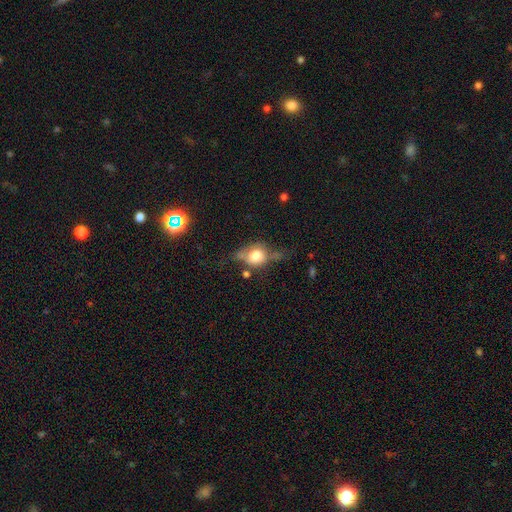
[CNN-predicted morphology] smooth_or_featured: smooth (p=0.55) [alt: featured or disk p=0.35]
how_rounded: round (p=0.52) [alt: in between p=0.44]
merging: none (p=0.46) [alt: minor disturbance p=0.28]